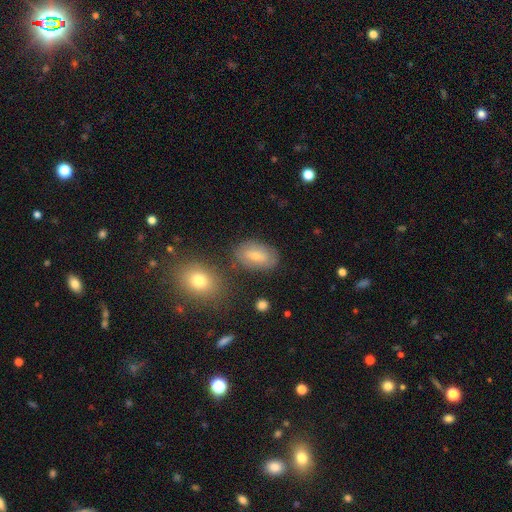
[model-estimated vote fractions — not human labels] A smooth galaxy with no disk features (64%) that is in between round and cigar-shaped (89%).

Vote fractions:
- Smooth or featured? smooth: 64% / featured or disk: 28% / star or artifact: 8%
- How rounded? in between: 89% / round: 10% / cigar-shaped: 2%
- Merging? none: 74% / minor disturbance: 16% / merger: 6% / major disturbance: 5%